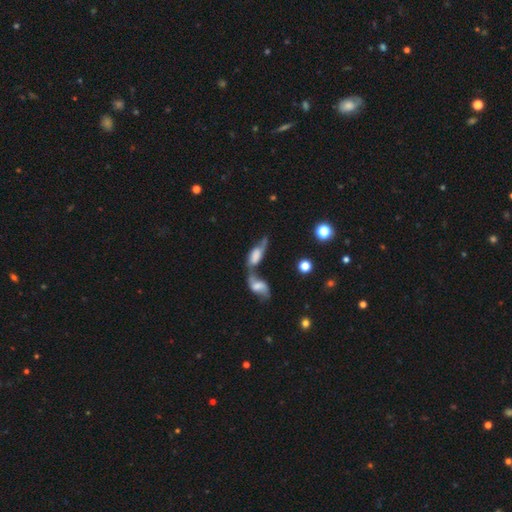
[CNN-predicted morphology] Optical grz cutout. It shows a featured or disk galaxy (51%). Merging: merger (70%).